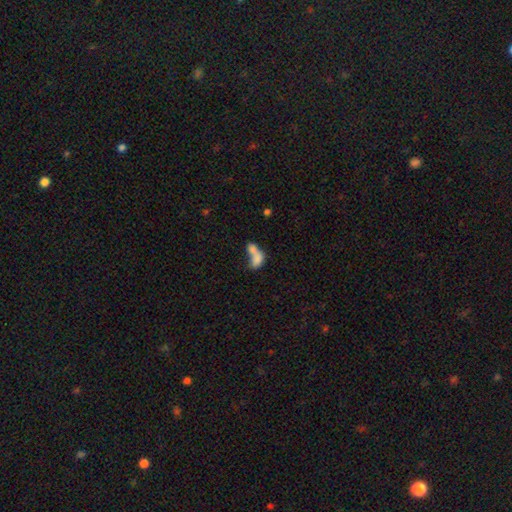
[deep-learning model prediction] The model was most divided on "smooth or featured": smooth: 73%, featured or disk: 17%, star or artifact: 10%. More confident: how rounded — in between (81%); merging — merger (71%).